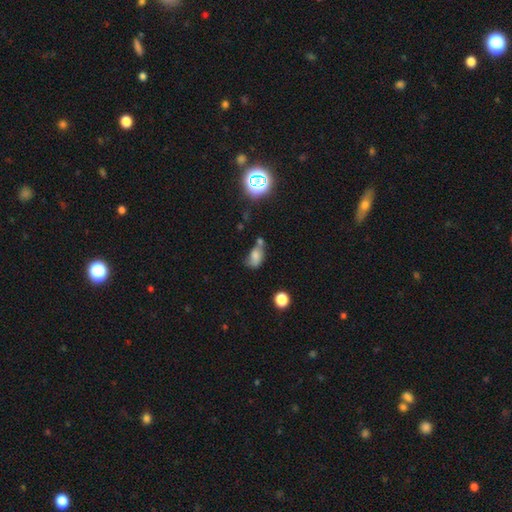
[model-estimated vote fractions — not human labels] A smooth galaxy with no disk features (69%) that is in between round and cigar-shaped (84%).

Vote fractions:
- Smooth or featured? smooth: 69% / featured or disk: 16% / star or artifact: 16%
- How rounded? in between: 84% / round: 13% / cigar-shaped: 4%
- Merging? none: 30% / merger: 28% / minor disturbance: 26% / major disturbance: 15%